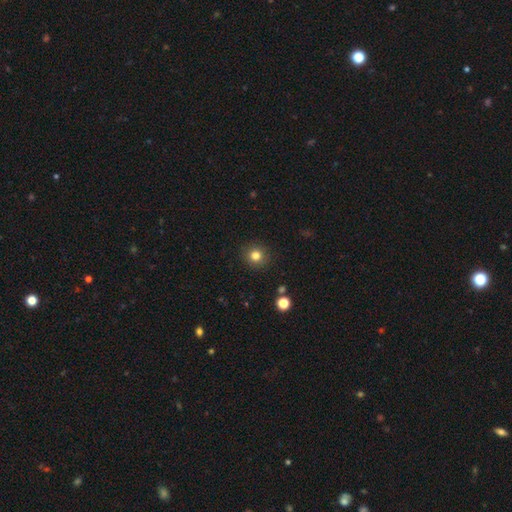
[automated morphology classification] Q: Smooth or featured?
A: smooth (82%); runner-up: star or artifact (12%)
Q: How rounded?
A: round (92%); runner-up: in between (8%)
Q: Merging?
A: none (91%); runner-up: minor disturbance (6%)